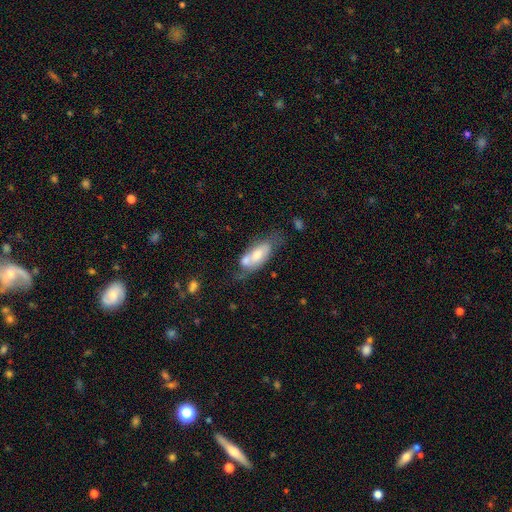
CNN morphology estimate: smooth 56%, featured or disk 37%, star or artifact 7%. Down the decision tree: how rounded — in between (82%); merging — none (35%).